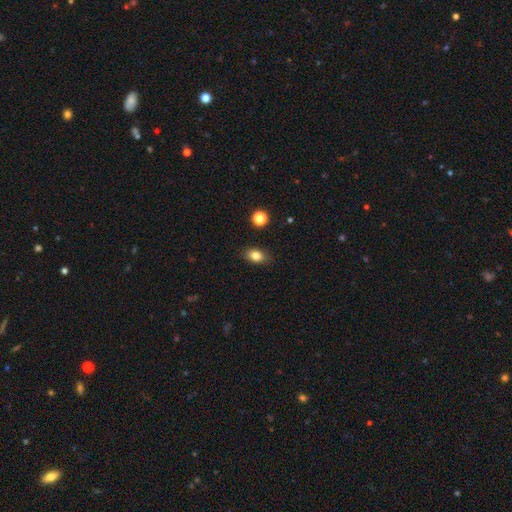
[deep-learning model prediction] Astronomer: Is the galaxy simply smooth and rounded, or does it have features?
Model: smooth — 83%.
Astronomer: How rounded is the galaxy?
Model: in between — 80%.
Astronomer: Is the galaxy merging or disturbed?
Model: none — 86%.